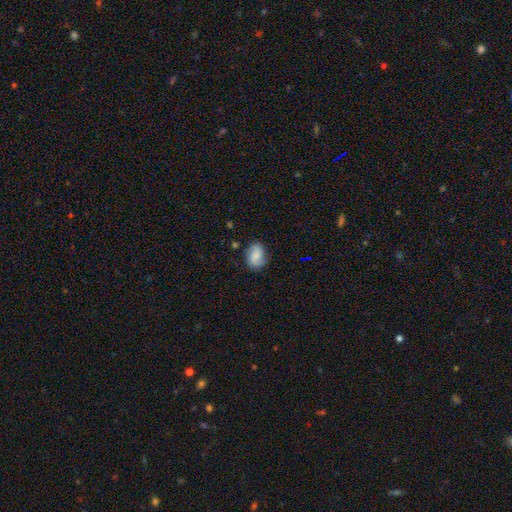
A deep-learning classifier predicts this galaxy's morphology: Overall: smooth (50%; featured or disk 41%). Merging: none (75%).